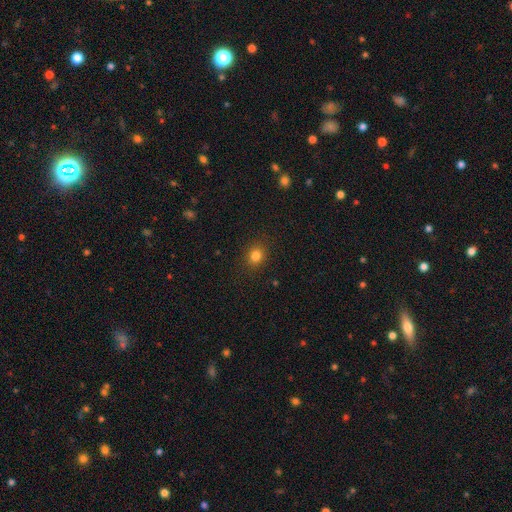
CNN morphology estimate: A smooth galaxy with no disk features (81%) that is round (69%). Merging: none (89%).